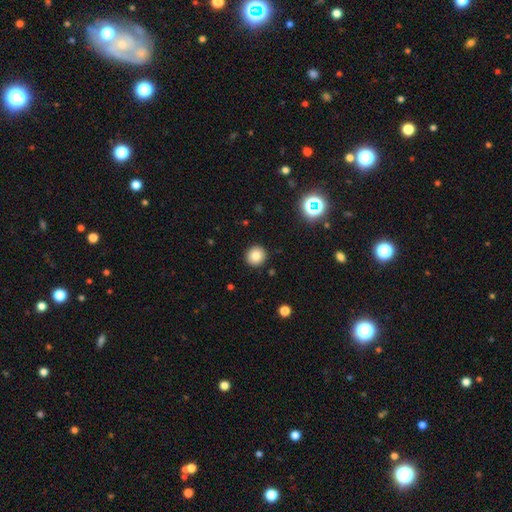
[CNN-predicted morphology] smooth-or-featured: smooth: 82% | star or artifact: 12% | featured or disk: 7%
  how-rounded: round: 93% | in between: 6% | cigar-shaped: 1%
  merging: none: 92% | minor disturbance: 5% | major disturbance: 2% | merger: 1%